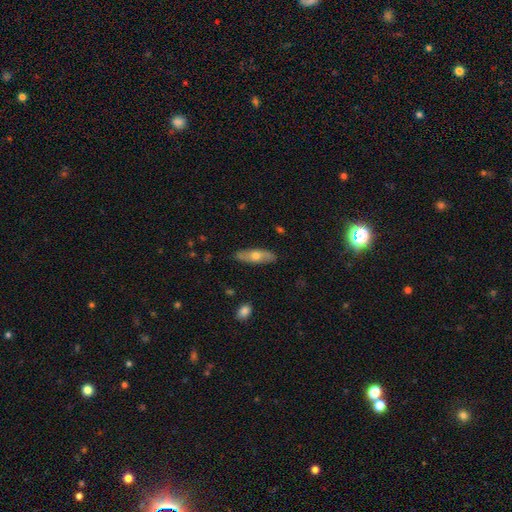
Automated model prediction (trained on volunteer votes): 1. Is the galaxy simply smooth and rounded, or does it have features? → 53% smooth, 42% featured or disk, 6% star or artifact.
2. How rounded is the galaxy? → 53% in between, 44% cigar-shaped, 3% round.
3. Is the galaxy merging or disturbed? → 85% none, 11% minor disturbance, 2% major disturbance, 1% merger.